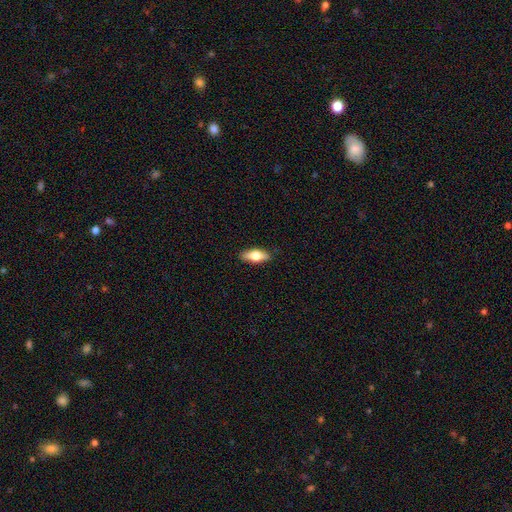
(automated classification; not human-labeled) Smooth or featured: smooth — 62% (featured or disk — 32%)
How rounded: in between — 74% (cigar-shaped — 22%)
Merging: none — 88% (minor disturbance — 9%)